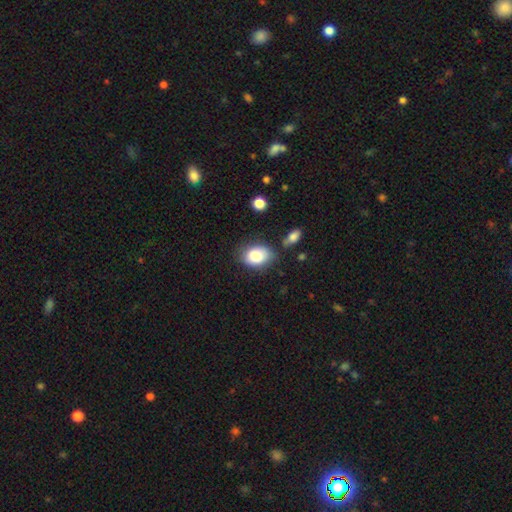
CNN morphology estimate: Q: Smooth or featured?
A: smooth (85%); runner-up: featured or disk (8%)
Q: How rounded?
A: in between (79%); runner-up: round (19%)
Q: Merging?
A: none (67%); runner-up: minor disturbance (22%)